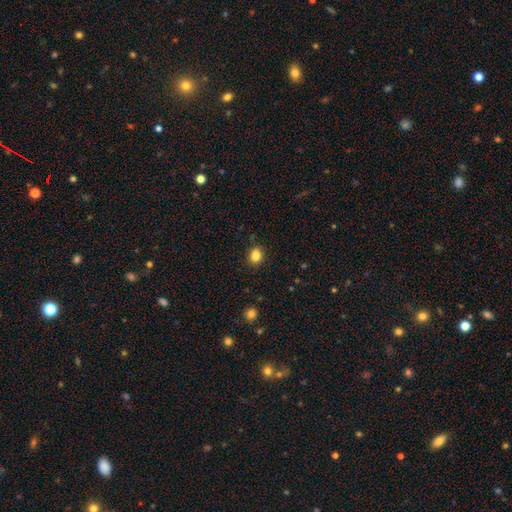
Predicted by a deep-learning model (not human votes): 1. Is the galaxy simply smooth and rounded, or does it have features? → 85% smooth, 11% star or artifact, 4% featured or disk.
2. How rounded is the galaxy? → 55% in between, 44% round, 1% cigar-shaped.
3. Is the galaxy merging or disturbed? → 86% none, 10% minor disturbance, 2% major disturbance, 1% merger.